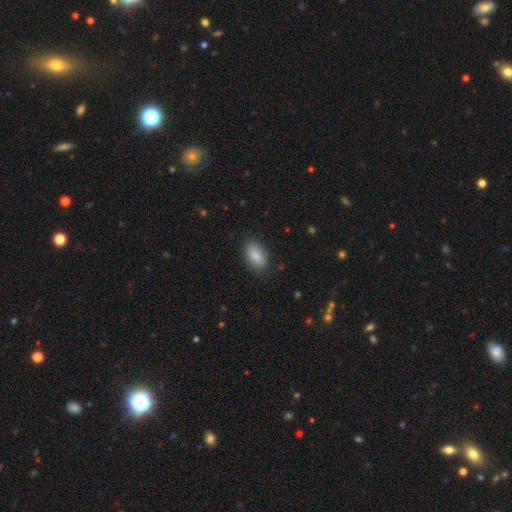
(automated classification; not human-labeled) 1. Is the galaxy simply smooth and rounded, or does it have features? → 87% smooth, 7% star or artifact, 6% featured or disk.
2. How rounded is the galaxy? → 92% in between, 6% round, 3% cigar-shaped.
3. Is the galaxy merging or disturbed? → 86% none, 10% minor disturbance, 3% major disturbance, 1% merger.